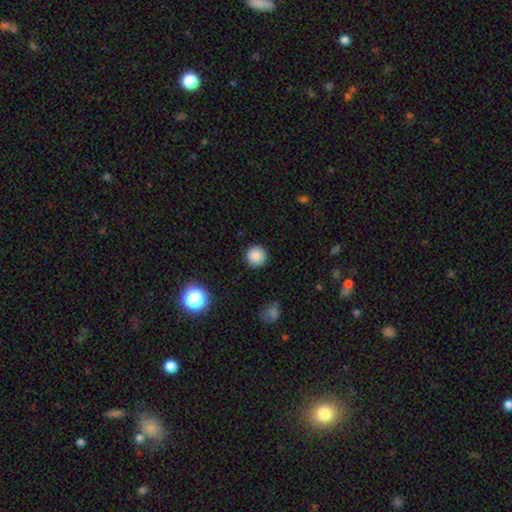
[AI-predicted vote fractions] smooth 86%, star or artifact 10%, featured or disk 4%. Down the decision tree: how rounded — round (95%); merging — none (91%).